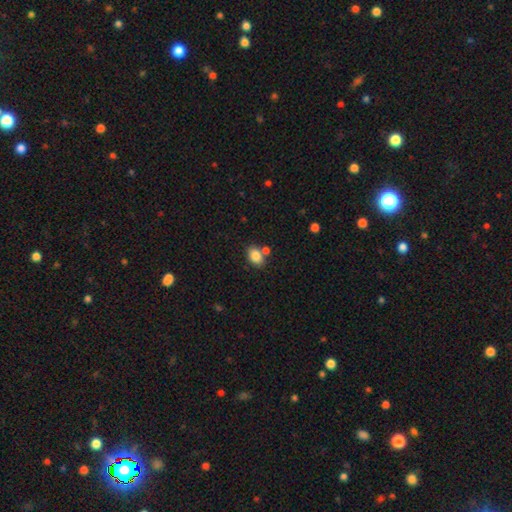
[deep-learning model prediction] Q: Smooth or featured?
A: smooth (84%); runner-up: star or artifact (9%)
Q: How rounded?
A: in between (80%); runner-up: round (19%)
Q: Merging?
A: none (67%); runner-up: merger (17%)